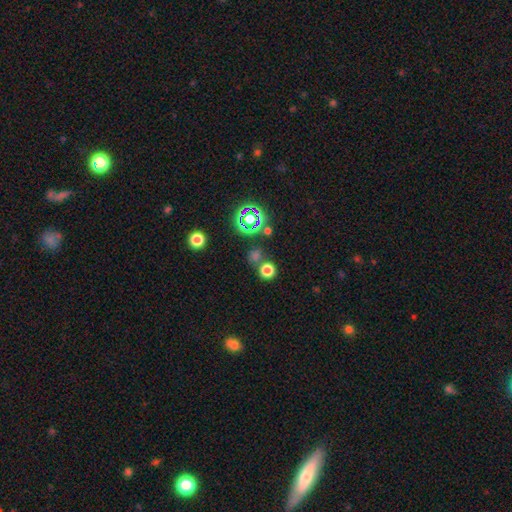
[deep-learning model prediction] Smooth or featured? Predicted: smooth (p=0.50). How rounded? Predicted: round (p=0.88). Merging? Predicted: none (p=0.73).